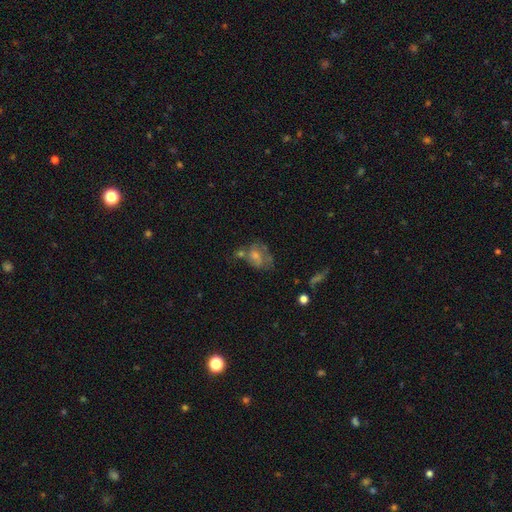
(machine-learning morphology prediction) A featured or disk galaxy (44%). Merging: none (41%).